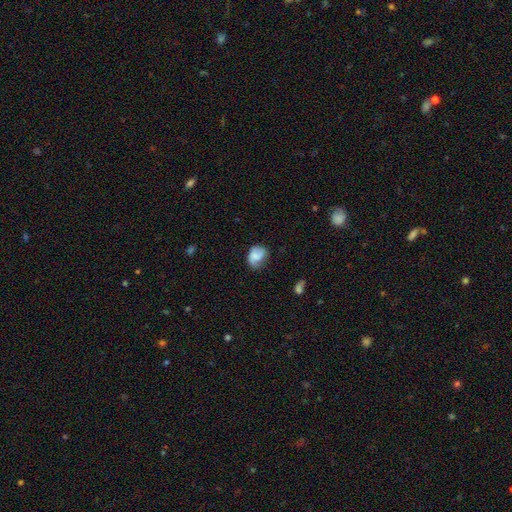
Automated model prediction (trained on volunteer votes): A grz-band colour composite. It shows a smooth galaxy with no disk features (62%) that is in between round and cigar-shaped (58%). Merging: none (45%).